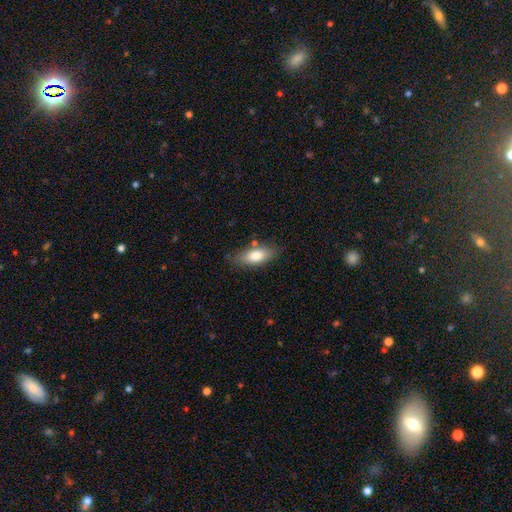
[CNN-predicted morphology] Smooth or featured? smooth (78%)
How rounded? in between (80%)
Merging? none (76%)